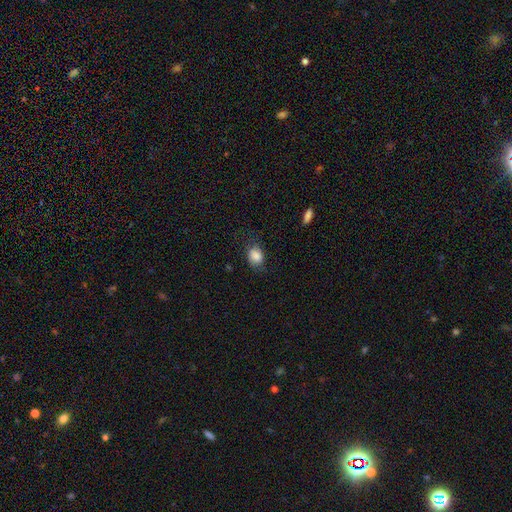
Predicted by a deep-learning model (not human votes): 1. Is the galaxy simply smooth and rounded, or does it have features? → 82% smooth, 9% featured or disk, 9% star or artifact.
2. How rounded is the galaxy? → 61% in between, 38% round, 1% cigar-shaped.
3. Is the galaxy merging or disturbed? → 63% none, 25% minor disturbance, 11% major disturbance, 1% merger.